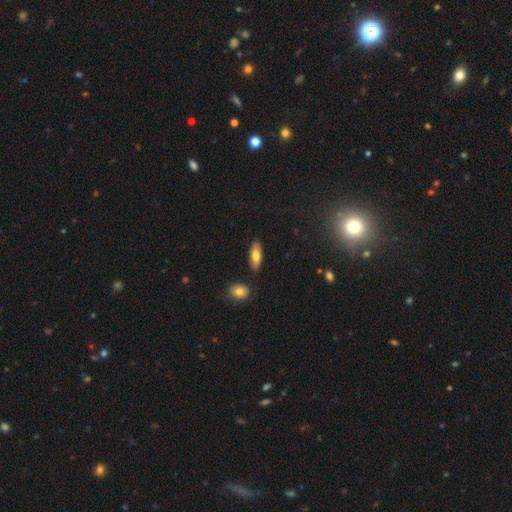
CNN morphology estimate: A smooth galaxy with no disk features (74%) that is in between round and cigar-shaped (75%).

Vote fractions:
- Smooth or featured? smooth: 74% / featured or disk: 19% / star or artifact: 7%
- How rounded? in between: 75% / cigar-shaped: 22% / round: 3%
- Merging? none: 86% / minor disturbance: 9% / merger: 3% / major disturbance: 2%